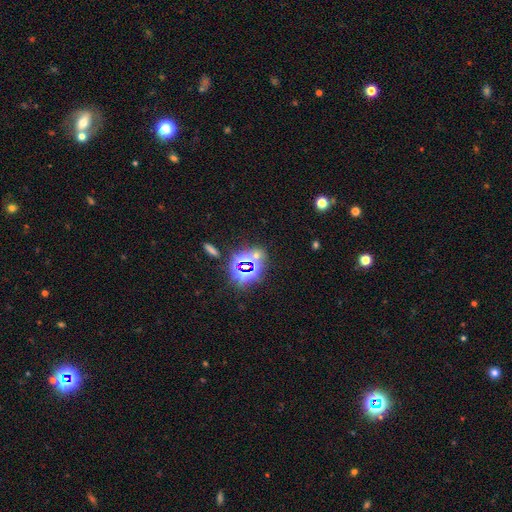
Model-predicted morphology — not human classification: This appears to be a star or artifact, not a galaxy (66%).